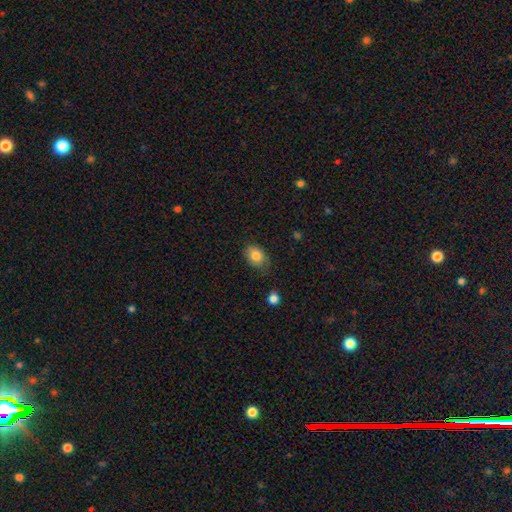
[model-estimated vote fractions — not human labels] A smooth galaxy with no disk features (82%) that is in between round and cigar-shaped (72%). Merging: none (68%).